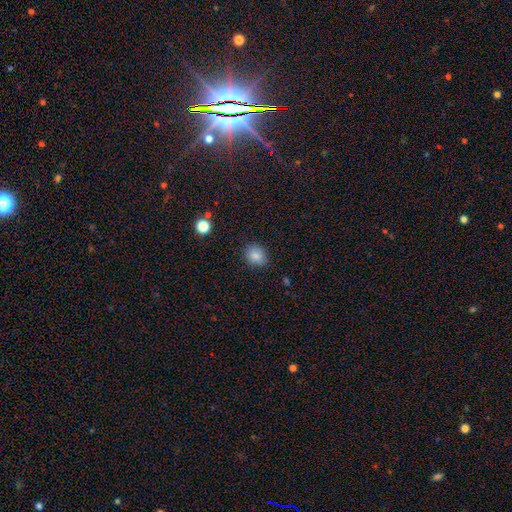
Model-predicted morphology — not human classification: Smooth or featured? smooth (84%)
How rounded? round (64%)
Merging? none (85%)